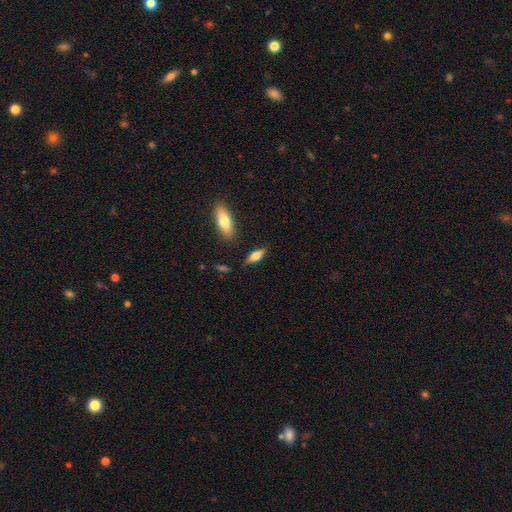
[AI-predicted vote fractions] The model was most divided on "smooth or featured": smooth: 58%, featured or disk: 34%, star or artifact: 7%. More confident: merging — none (82%); how rounded — in between (64%).